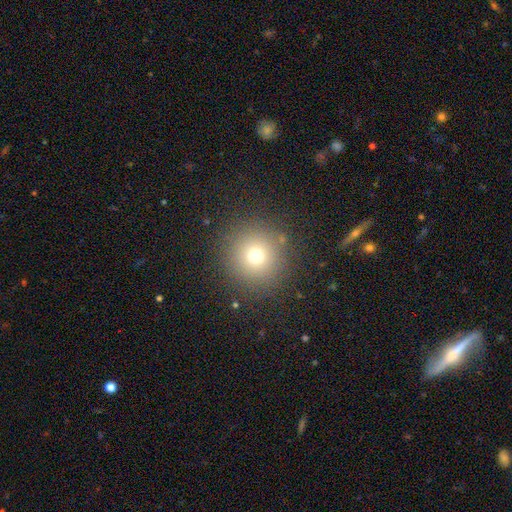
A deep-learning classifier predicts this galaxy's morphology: Smooth or featured?
  - smooth: 71% *
  - star or artifact: 18%
  - featured or disk: 11%
How rounded?
  - round: 95% *
  - in between: 4%
  - cigar-shaped: 1%
Merging?
  - none: 88% *
  - minor disturbance: 7%
  - major disturbance: 4%
  - merger: 2%